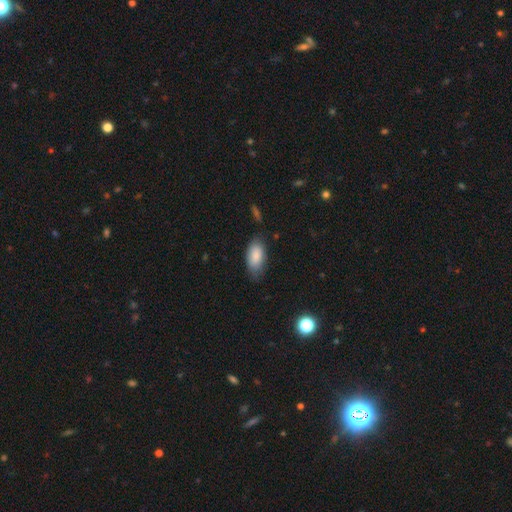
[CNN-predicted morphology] Smooth or featured?
  - smooth: 87% *
  - featured or disk: 7%
  - star or artifact: 6%
How rounded?
  - in between: 92% *
  - cigar-shaped: 6%
  - round: 3%
Merging?
  - none: 71% *
  - minor disturbance: 23%
  - major disturbance: 5%
  - merger: 2%